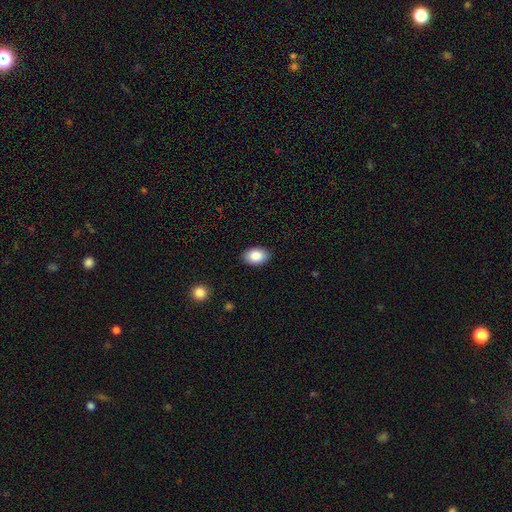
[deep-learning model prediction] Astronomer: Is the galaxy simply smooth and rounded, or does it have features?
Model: smooth — 87%.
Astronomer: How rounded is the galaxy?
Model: in between — 86%.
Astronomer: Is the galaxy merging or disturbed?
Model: none — 88%.